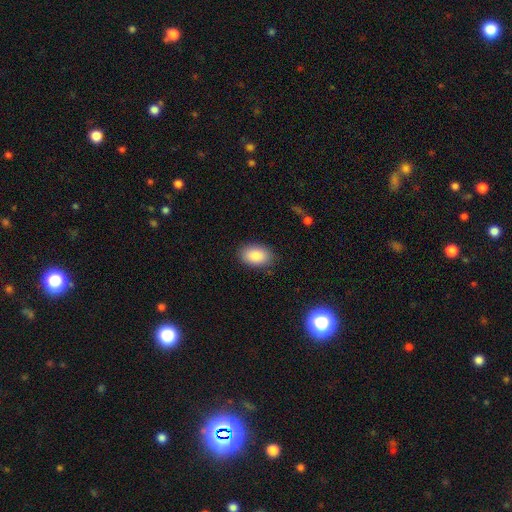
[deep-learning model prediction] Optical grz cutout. It shows a smooth galaxy with no disk features (88%) that is in between round and cigar-shaped (91%). Merging: none (86%).